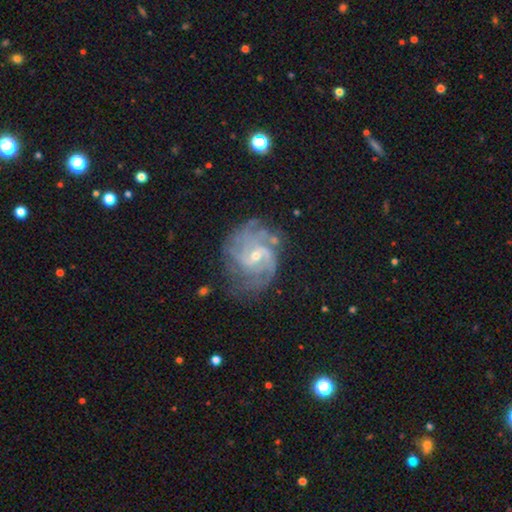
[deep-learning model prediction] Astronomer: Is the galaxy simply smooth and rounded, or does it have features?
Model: featured or disk — 86%.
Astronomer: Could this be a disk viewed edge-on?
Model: no — 98%.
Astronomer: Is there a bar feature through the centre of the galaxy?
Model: weak — 50% (runner-up: no, 39%).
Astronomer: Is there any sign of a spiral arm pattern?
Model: yes — 95%.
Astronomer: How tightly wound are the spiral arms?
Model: tight — 44% (runner-up: medium, 42%).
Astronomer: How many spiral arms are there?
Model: can't tell — 29% (runner-up: 2, 27%).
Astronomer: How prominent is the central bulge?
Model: small — 65%.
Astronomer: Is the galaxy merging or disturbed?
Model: none — 63%.